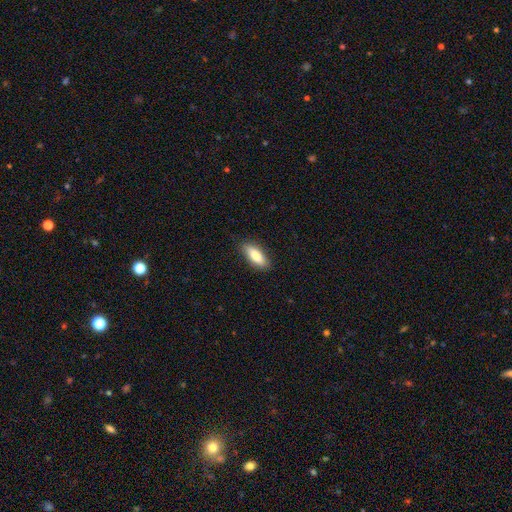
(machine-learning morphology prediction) This appears to be a smooth galaxy with no disk features (79%) that is in between round and cigar-shaped (70%). Merging: none (86%).